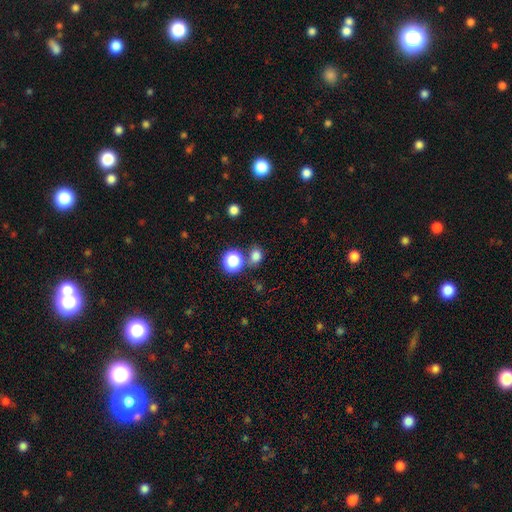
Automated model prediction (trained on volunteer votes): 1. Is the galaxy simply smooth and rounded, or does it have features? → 77% smooth, 18% star or artifact, 5% featured or disk.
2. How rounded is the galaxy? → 62% round, 37% in between, 1% cigar-shaped.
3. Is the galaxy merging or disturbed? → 68% none, 17% merger, 11% minor disturbance, 4% major disturbance.